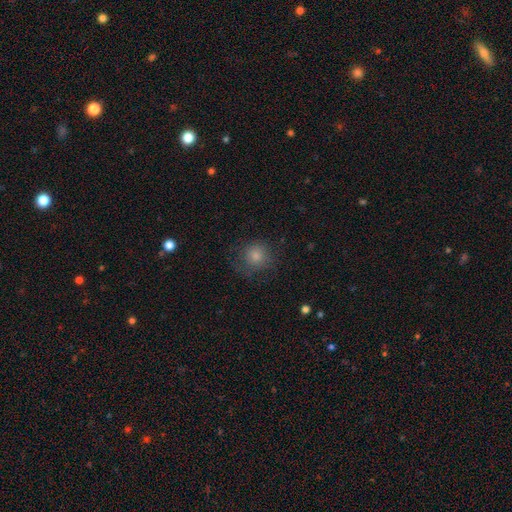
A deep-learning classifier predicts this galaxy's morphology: Smooth or featured?
  - smooth: 73% *
  - star or artifact: 16%
  - featured or disk: 11%
How rounded?
  - round: 90% *
  - in between: 9%
  - cigar-shaped: 1%
Merging?
  - none: 74% *
  - minor disturbance: 16%
  - major disturbance: 9%
  - merger: 1%